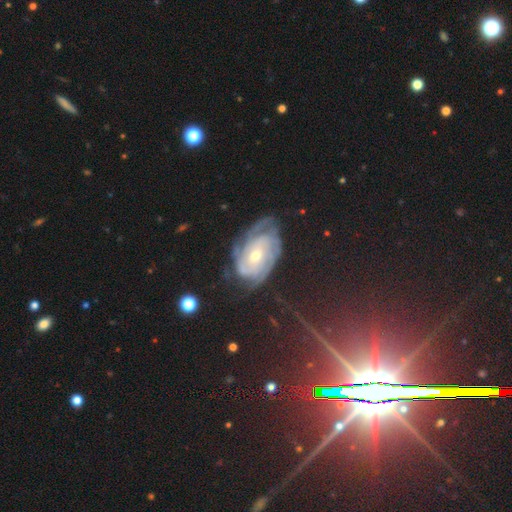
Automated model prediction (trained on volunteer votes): This is clearly a featured or disk galaxy (81%). It is clearly not viewed edge-on (96%). Bar: likely no (62%). Spiral arm pattern: clearly yes (93%). Spiral arm count: marginally can't tell (40%). Spiral winding: likely tight (65%). Central bulge: possibly small (51%). Merging: likely none (61%).